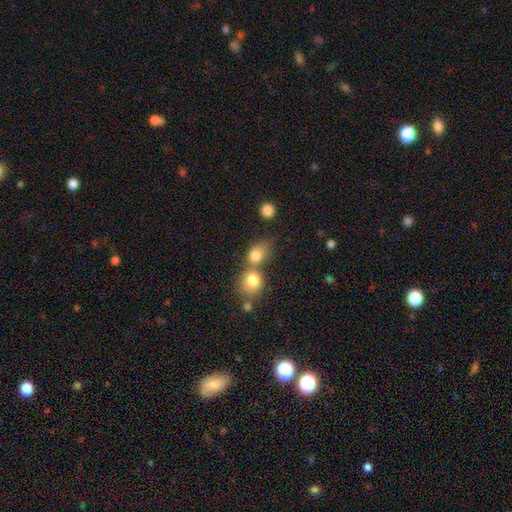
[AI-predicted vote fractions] Overall: smooth (80%). How rounded: round (54%; in between 44%). Merging: merger (53%; none 34%).